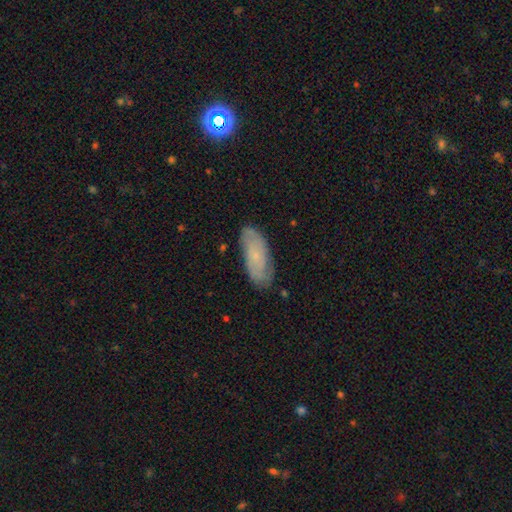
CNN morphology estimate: This is possibly a featured or disk galaxy (46%, tied with smooth). Merging: likely none (80%).